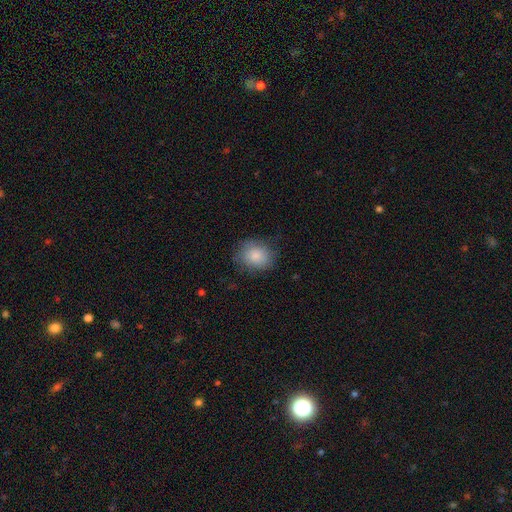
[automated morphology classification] Smooth or featured?
  - smooth: 84% *
  - featured or disk: 8%
  - star or artifact: 8%
How rounded?
  - round: 55% *
  - in between: 44%
  - cigar-shaped: 1%
Merging?
  - none: 75% *
  - minor disturbance: 18%
  - major disturbance: 6%
  - merger: 1%